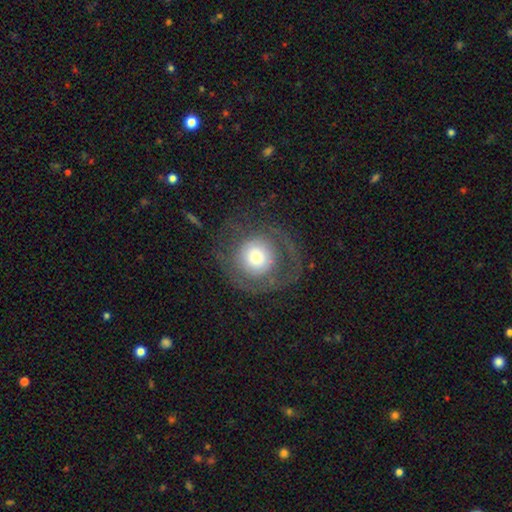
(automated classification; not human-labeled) smooth-or-featured: smooth: 47% | featured or disk: 45% | star or artifact: 8%
  merging: none: 63% | major disturbance: 20% | minor disturbance: 15% | merger: 2%